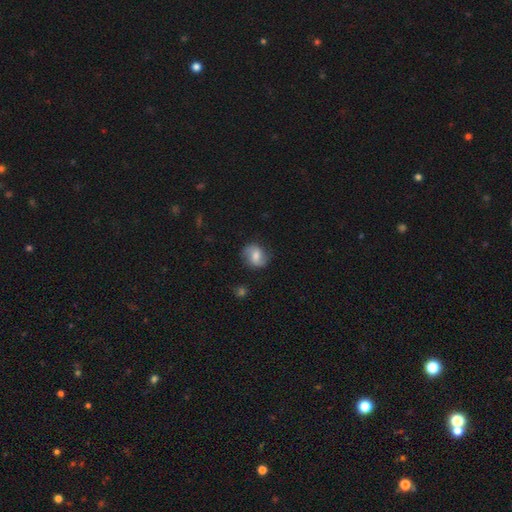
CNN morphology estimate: A featured or disk galaxy (52%) with a weak bar (48%), spiral arms (90%) and a moderate central bulge (53%).

Vote fractions:
- Smooth or featured? featured or disk: 52% / smooth: 39% / star or artifact: 8%
- Edge-on disk? no: 97% / yes: 3%
- Bar? weak: 48% / no: 36% / strong: 16%
- Spiral arms? yes: 90% / no: 10%
- Bulge size? moderate: 53% / small: 27% / large: 11% / none: 8% / dominant: 2%
- Merging? none: 79% / minor disturbance: 15% / major disturbance: 5% / merger: 2%